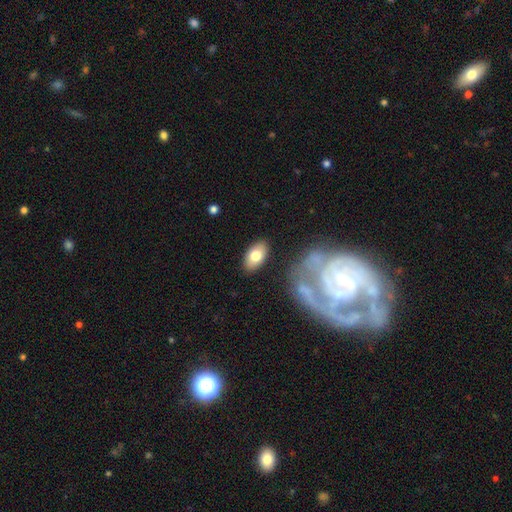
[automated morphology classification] smooth 75%, featured or disk 18%, star or artifact 7%. Down the decision tree: how rounded — in between (93%); merging — none (84%).